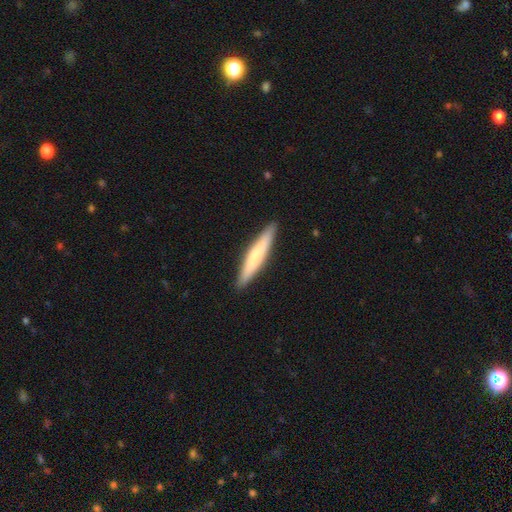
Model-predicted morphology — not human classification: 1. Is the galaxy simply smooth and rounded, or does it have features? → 63% smooth, 32% featured or disk, 5% star or artifact.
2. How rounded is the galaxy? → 92% cigar-shaped, 7% in between, 1% round.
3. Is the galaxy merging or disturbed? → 91% none, 7% minor disturbance, 1% major disturbance, 1% merger.